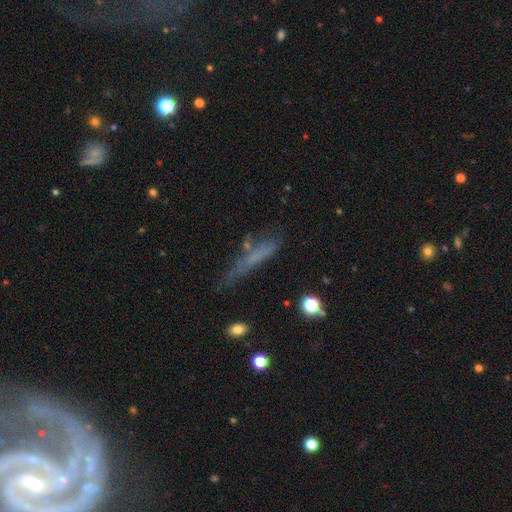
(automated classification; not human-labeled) This is possibly a smooth galaxy (53%). How rounded: clearly cigar-shaped (82%). Merging: possibly none (51%).